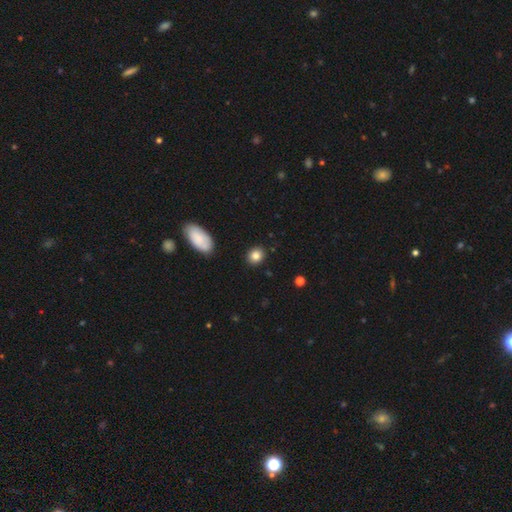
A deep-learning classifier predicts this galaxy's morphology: Smooth or featured?
  - smooth: 84% *
  - star or artifact: 10%
  - featured or disk: 6%
How rounded?
  - round: 67% *
  - in between: 32%
  - cigar-shaped: 1%
Merging?
  - none: 89% *
  - minor disturbance: 8%
  - major disturbance: 2%
  - merger: 2%